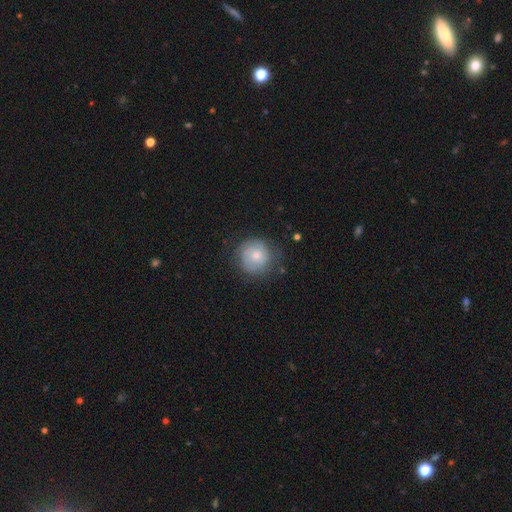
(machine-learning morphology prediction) smooth_or_featured: smooth (p=0.63) [alt: featured or disk p=0.29]
how_rounded: round (p=0.91) [alt: in between p=0.08]
merging: none (p=0.67) [alt: minor disturbance p=0.23]